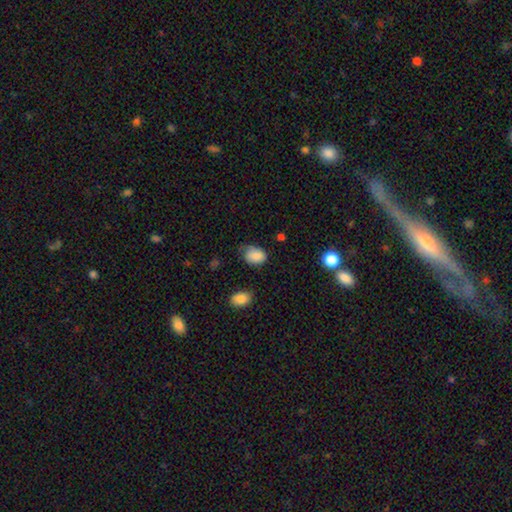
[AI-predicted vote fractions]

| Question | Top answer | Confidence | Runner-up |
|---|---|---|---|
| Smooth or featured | smooth | 85% | star or artifact (8%) |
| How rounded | in between | 74% | round (25%) |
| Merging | none | 52% | minor disturbance (36%) |